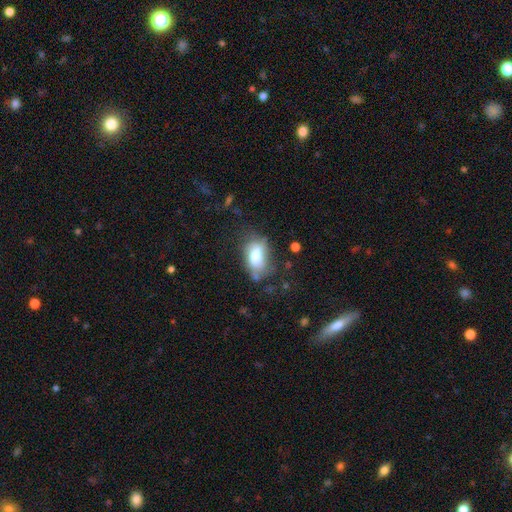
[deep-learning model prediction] Morphology: type=smooth (70%); roundness=in between (88%); merging=none (51%).